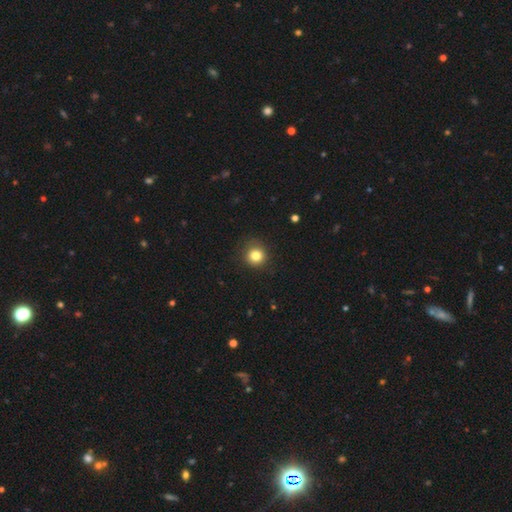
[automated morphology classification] Smooth or featured?
  - smooth: 82% *
  - star or artifact: 12%
  - featured or disk: 7%
How rounded?
  - round: 92% *
  - in between: 7%
  - cigar-shaped: 1%
Merging?
  - none: 86% *
  - minor disturbance: 10%
  - major disturbance: 3%
  - merger: 1%